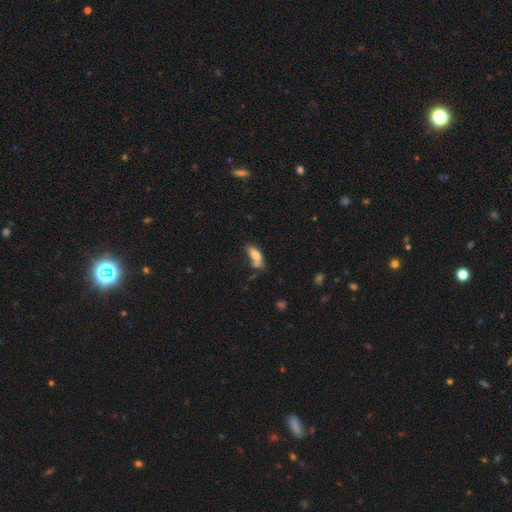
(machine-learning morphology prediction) Smooth or featured? Predicted: smooth (p=0.73). How rounded? Predicted: in between (p=0.75). Merging? Predicted: none (p=0.38).